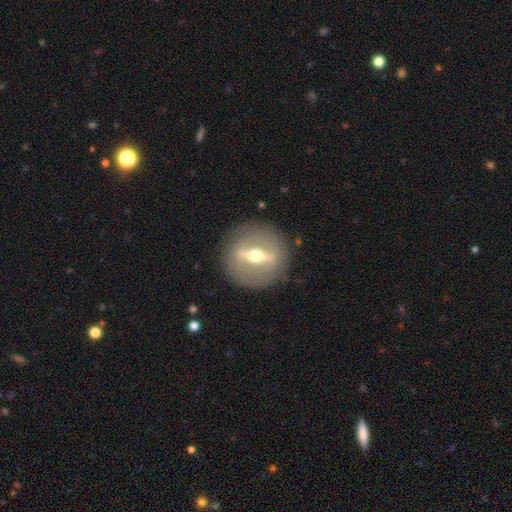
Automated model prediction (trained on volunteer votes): smooth-or-featured: featured or disk: 78% | smooth: 16% | star or artifact: 6%
  disk-edge-on: no: 57% | yes: 43%
  merging: none: 86% | minor disturbance: 8% | major disturbance: 4% | merger: 1%